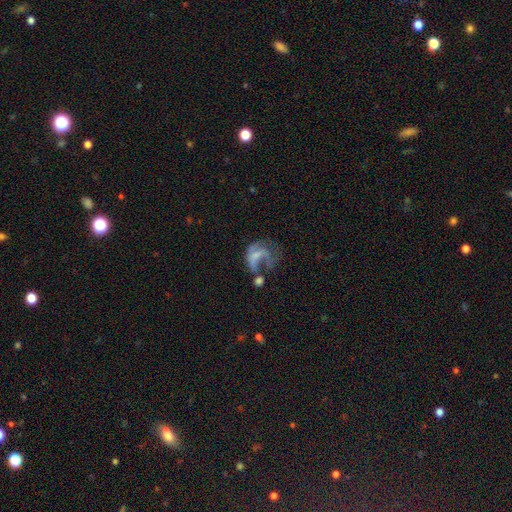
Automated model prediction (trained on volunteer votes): Smooth or featured?
  - featured or disk: 53% *
  - smooth: 35%
  - star or artifact: 12%
Edge-on disk?
  - no: 97% *
  - yes: 3%
Bar?
  - no: 63% *
  - weak: 28%
  - strong: 9%
Spiral arms?
  - no: 58% *
  - yes: 42%
Bulge size?
  - none: 47% *
  - small: 31%
  - moderate: 17%
  - large: 3%
  - dominant: 1%
Merging?
  - major disturbance: 52% *
  - none: 18%
  - merger: 17%
  - minor disturbance: 14%